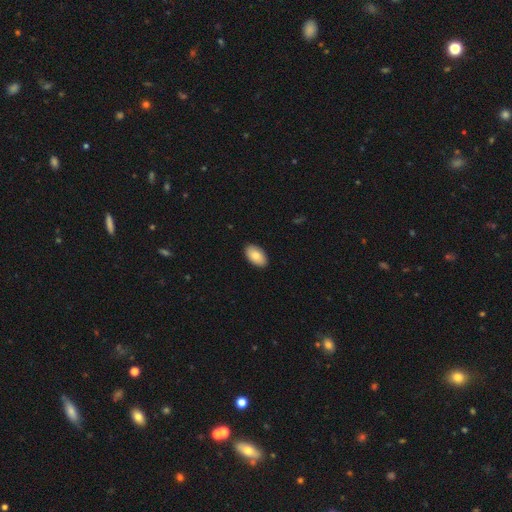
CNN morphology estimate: smooth 84%, featured or disk 10%, star or artifact 6%. Down the decision tree: how rounded — in between (95%); merging — none (90%).